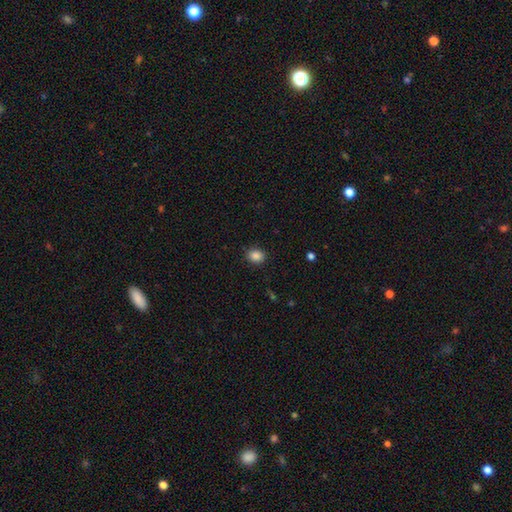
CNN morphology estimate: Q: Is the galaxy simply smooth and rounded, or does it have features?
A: smooth — 87%.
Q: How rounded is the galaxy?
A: round — 57%.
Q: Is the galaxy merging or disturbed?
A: none — 89%.